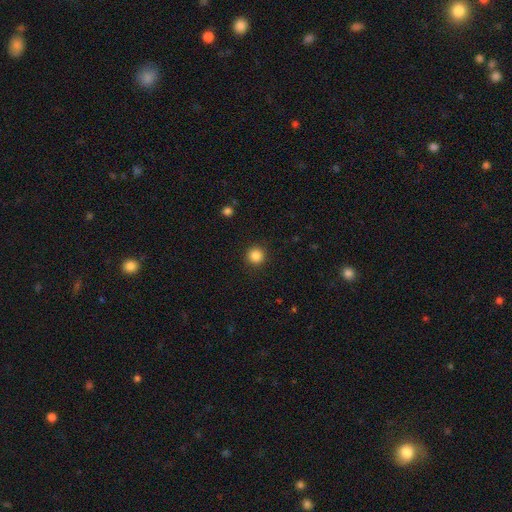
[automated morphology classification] Smooth or featured? Predicted: smooth (p=0.85). How rounded? Predicted: round (p=0.95). Merging? Predicted: none (p=0.92).